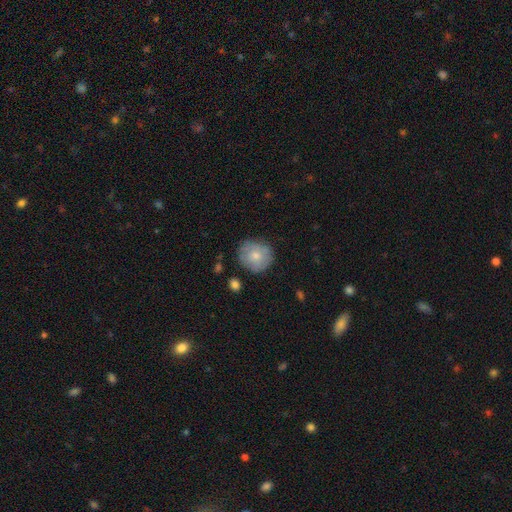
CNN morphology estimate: smooth 72%, featured or disk 21%, star or artifact 7%. Down the decision tree: how rounded — round (87%); merging — none (78%).